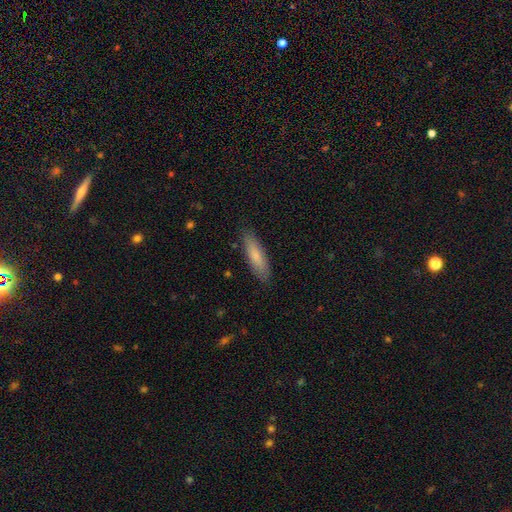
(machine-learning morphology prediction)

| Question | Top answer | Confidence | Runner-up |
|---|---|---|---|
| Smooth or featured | smooth | 81% | featured or disk (14%) |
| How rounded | cigar-shaped | 66% | in between (33%) |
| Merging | none | 86% | minor disturbance (11%) |